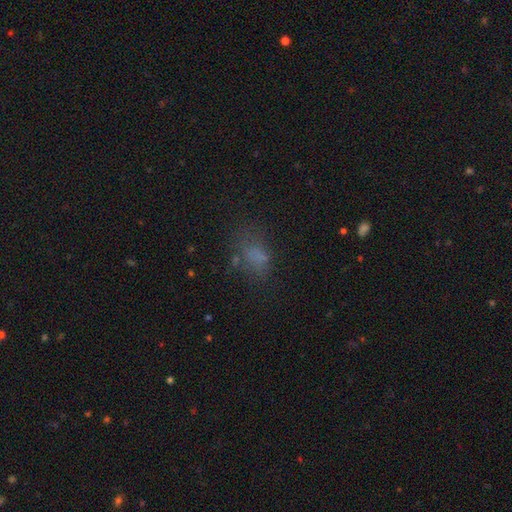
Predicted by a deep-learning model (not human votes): smooth_or_featured: smooth (p=0.63) [alt: star or artifact p=0.20]
how_rounded: in between (p=0.79) [alt: round p=0.17]
merging: none (p=0.50) [alt: major disturbance p=0.24]